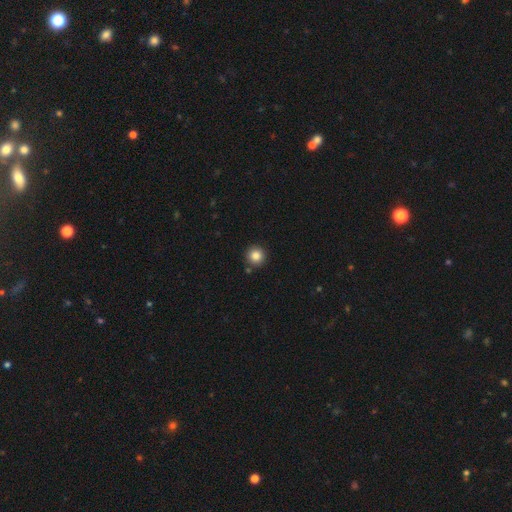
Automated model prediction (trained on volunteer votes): Q: Smooth or featured?
A: smooth (84%); runner-up: star or artifact (11%)
Q: How rounded?
A: round (95%); runner-up: in between (4%)
Q: Merging?
A: none (89%); runner-up: minor disturbance (6%)